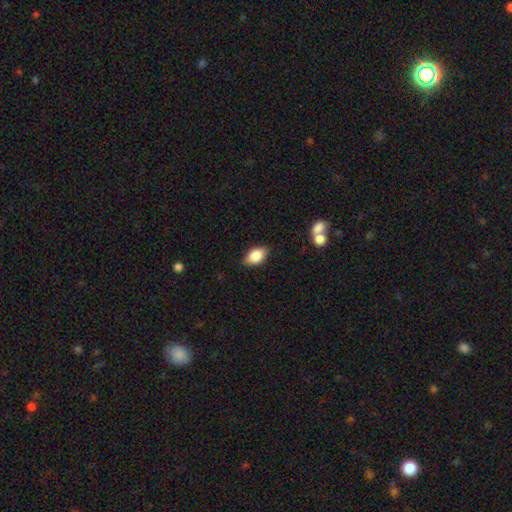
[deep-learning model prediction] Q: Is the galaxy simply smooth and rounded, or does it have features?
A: smooth — 84%.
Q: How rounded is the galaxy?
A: in between — 89%.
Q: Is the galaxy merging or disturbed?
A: none — 82%.